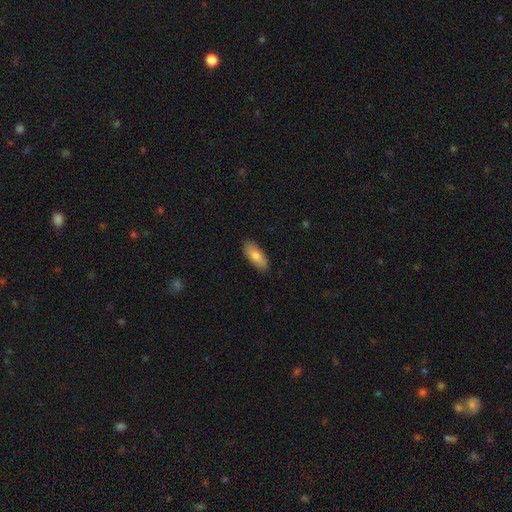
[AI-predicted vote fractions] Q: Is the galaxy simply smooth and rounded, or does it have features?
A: smooth — 78%.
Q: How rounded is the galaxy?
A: in between — 81%.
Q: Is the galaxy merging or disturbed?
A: none — 88%.